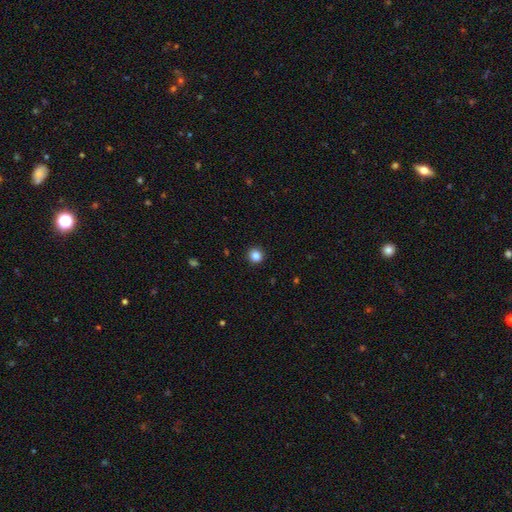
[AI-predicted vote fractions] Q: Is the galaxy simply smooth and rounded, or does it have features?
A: smooth — 85%.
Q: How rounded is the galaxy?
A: round — 94%.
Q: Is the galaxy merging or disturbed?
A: none — 93%.